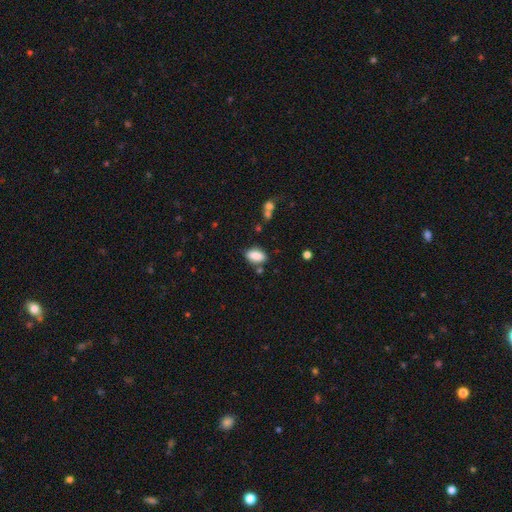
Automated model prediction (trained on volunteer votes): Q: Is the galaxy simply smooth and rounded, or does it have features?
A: smooth — 87%.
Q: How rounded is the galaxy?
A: in between — 91%.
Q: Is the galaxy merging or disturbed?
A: none — 78%.